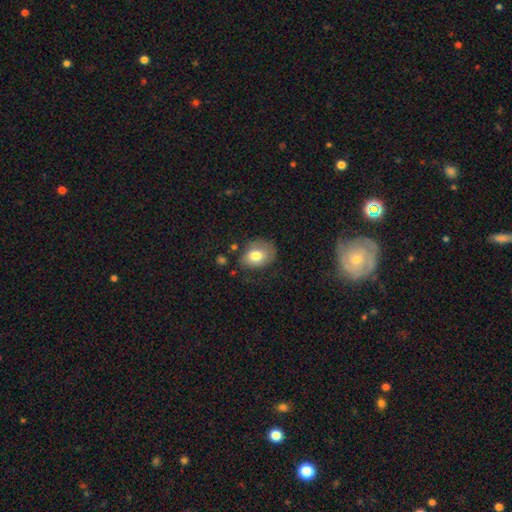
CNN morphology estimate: A smooth galaxy with no disk features (74%) that is in between round and cigar-shaped (61%).

Vote fractions:
- Smooth or featured? smooth: 74% / featured or disk: 17% / star or artifact: 8%
- How rounded? in between: 61% / round: 38% / cigar-shaped: 1%
- Merging? none: 61% / minor disturbance: 26% / major disturbance: 10% / merger: 3%